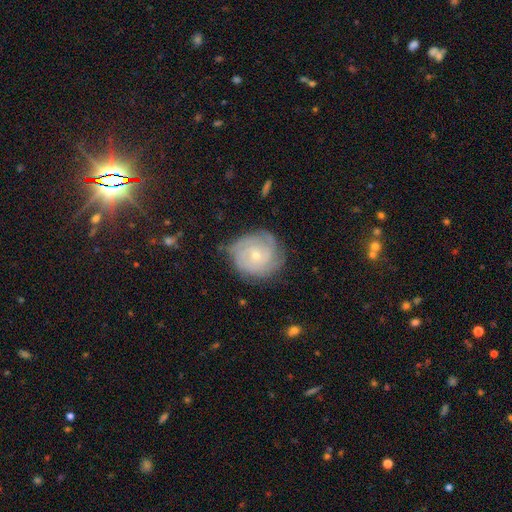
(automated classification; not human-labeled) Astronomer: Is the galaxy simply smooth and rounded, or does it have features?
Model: featured or disk — 77%.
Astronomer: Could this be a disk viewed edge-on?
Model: no — 97%.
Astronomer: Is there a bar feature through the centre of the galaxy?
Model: no — 79%.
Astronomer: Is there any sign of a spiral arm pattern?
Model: yes — 93%.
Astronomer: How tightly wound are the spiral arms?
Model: tight — 73%.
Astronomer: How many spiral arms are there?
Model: can't tell — 33% (runner-up: 3, 26%).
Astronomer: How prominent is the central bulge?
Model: small — 69%.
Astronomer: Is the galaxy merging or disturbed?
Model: none — 73%.